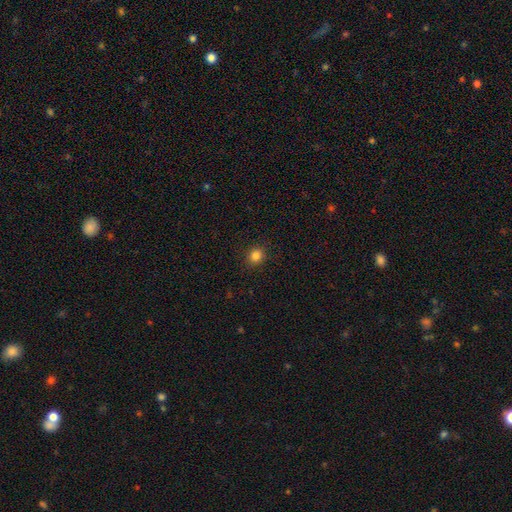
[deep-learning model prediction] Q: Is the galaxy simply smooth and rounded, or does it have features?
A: smooth — 84%.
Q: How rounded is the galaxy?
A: round — 80%.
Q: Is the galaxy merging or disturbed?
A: none — 91%.